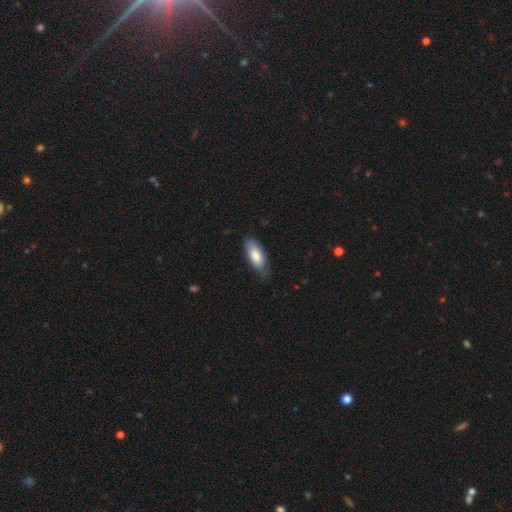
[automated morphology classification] Smooth or featured: smooth — 81% (featured or disk — 14%)
How rounded: in between — 77% (cigar-shaped — 21%)
Merging: none — 77% (minor disturbance — 19%)